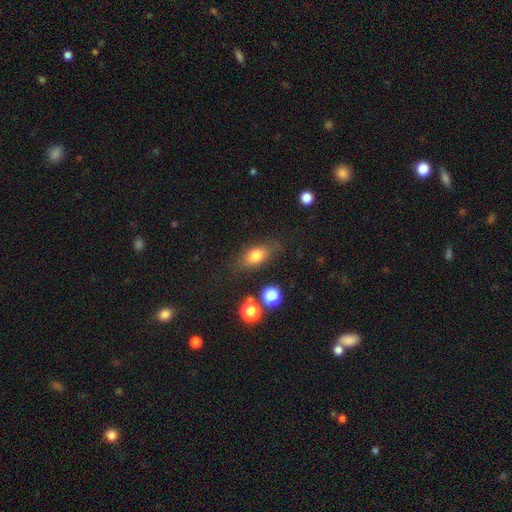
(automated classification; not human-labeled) Smooth or featured? smooth (76%)
How rounded? in between (75%)
Merging? none (74%)